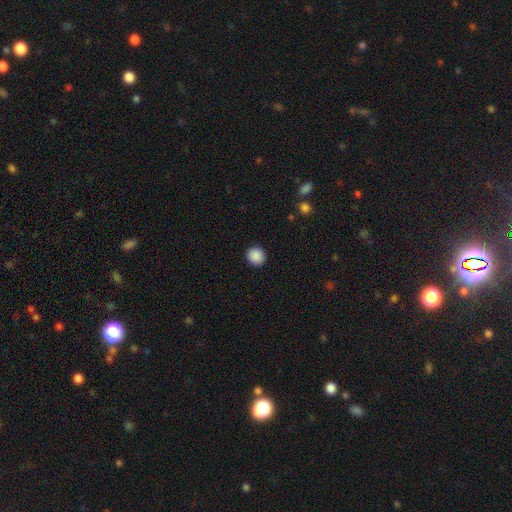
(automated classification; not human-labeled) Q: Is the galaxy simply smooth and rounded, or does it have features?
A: smooth — 89%.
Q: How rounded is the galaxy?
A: round — 91%.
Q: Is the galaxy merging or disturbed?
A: none — 92%.